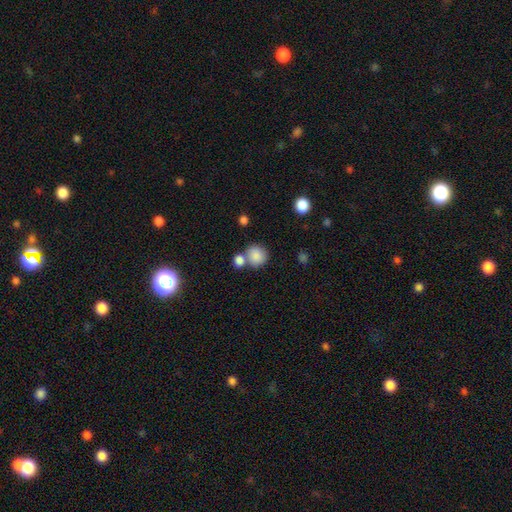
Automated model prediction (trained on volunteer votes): Q: Smooth or featured?
A: smooth (86%); runner-up: star or artifact (8%)
Q: How rounded?
A: round (83%); runner-up: in between (16%)
Q: Merging?
A: none (54%); runner-up: merger (32%)